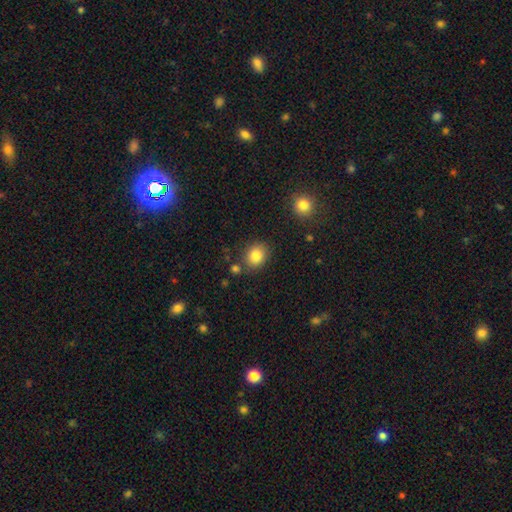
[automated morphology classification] This is clearly a smooth galaxy (85%). How rounded: possibly round (59%). Merging: likely none (79%).